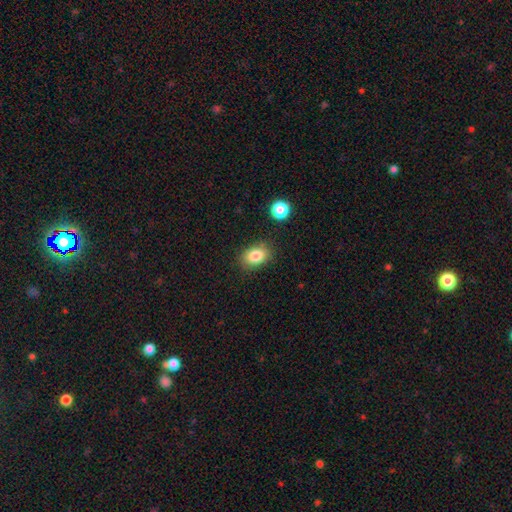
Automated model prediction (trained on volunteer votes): A smooth galaxy with no disk features (84%) that is in between round and cigar-shaped (77%). Merging: none (81%).